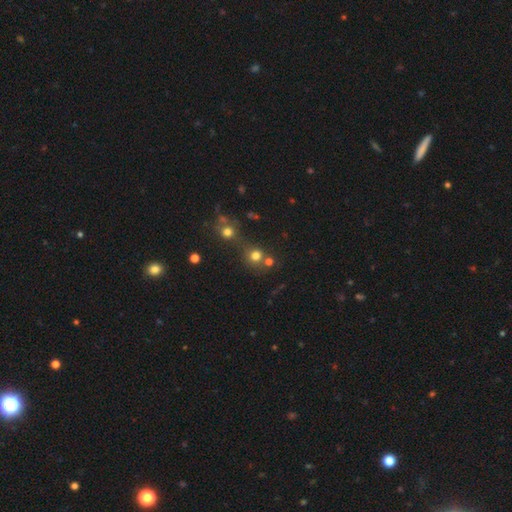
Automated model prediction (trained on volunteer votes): Smooth or featured? smooth (72%)
How rounded? round (88%)
Merging? none (58%)